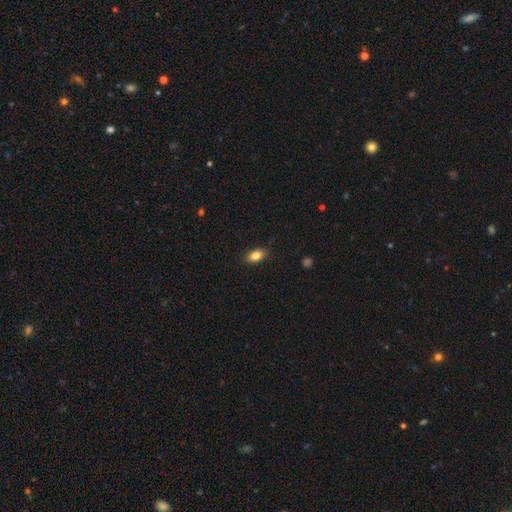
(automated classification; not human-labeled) The model was most divided on "merging": none: 86%, minor disturbance: 11%, major disturbance: 2%, merger: 1%. More confident: how rounded — in between (87%); smooth or featured — smooth (85%).